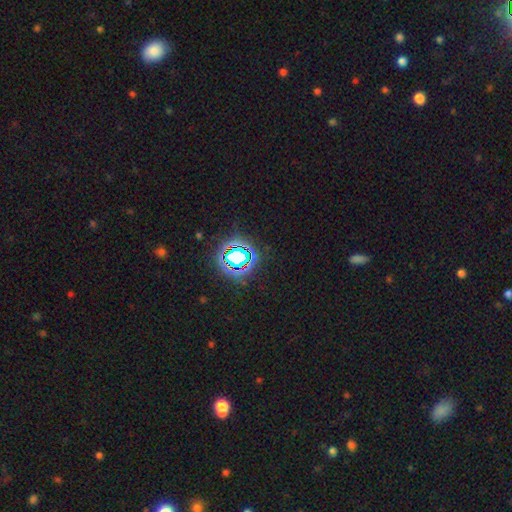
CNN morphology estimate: star or artifact 78%, smooth 15%, featured or disk 7%.